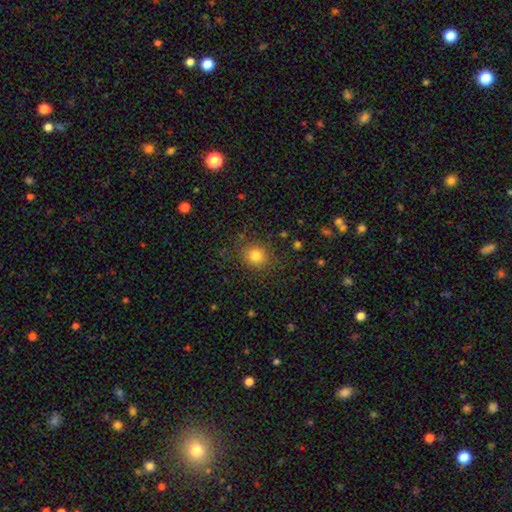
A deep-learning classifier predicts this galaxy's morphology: A smooth galaxy with no disk features (81%) that is round (81%).

Vote fractions:
- Smooth or featured? smooth: 81% / star or artifact: 12% / featured or disk: 7%
- How rounded? round: 81% / in between: 19% / cigar-shaped: 1%
- Merging? none: 83% / minor disturbance: 11% / major disturbance: 4% / merger: 2%